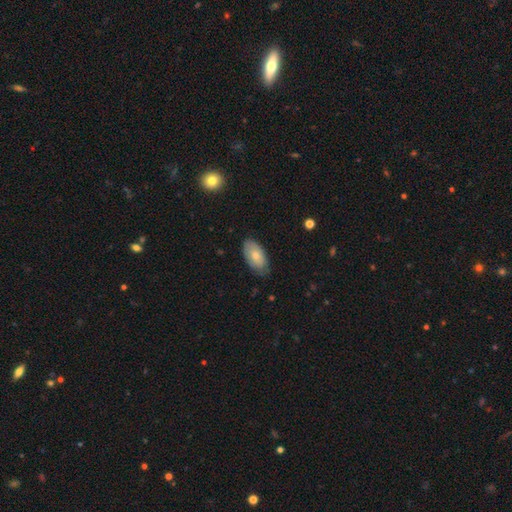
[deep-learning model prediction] Smooth or featured?
  - smooth: 68% *
  - featured or disk: 26%
  - star or artifact: 6%
How rounded?
  - in between: 94% *
  - round: 4%
  - cigar-shaped: 3%
Merging?
  - none: 74% *
  - minor disturbance: 21%
  - major disturbance: 4%
  - merger: 1%